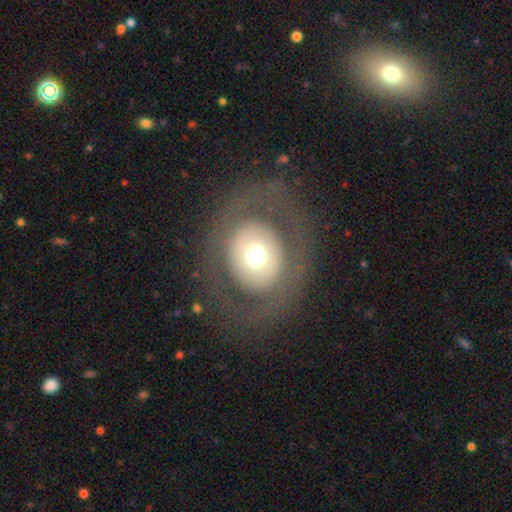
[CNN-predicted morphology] This appears to be a smooth galaxy with no disk features (51%) that is round (69%). Merging: none (76%).